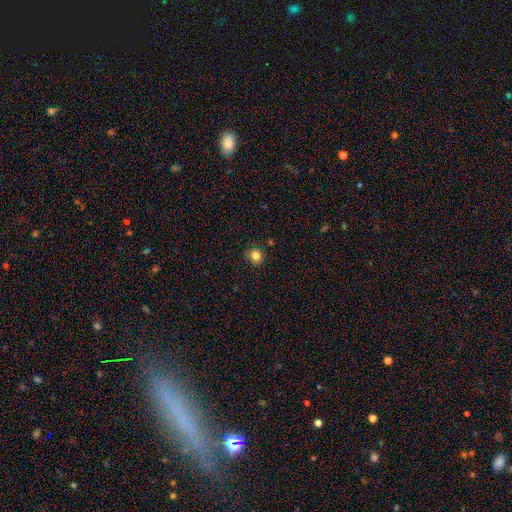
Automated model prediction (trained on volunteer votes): A smooth galaxy with no disk features (82%) that is round (88%).

Vote fractions:
- Smooth or featured? smooth: 82% / star or artifact: 12% / featured or disk: 5%
- How rounded? round: 88% / in between: 11% / cigar-shaped: 1%
- Merging? none: 87% / minor disturbance: 9% / major disturbance: 2% / merger: 2%